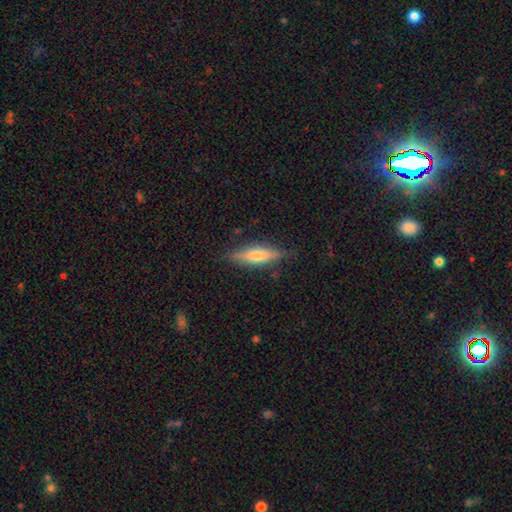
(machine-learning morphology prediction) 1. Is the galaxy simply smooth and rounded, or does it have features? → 49% featured or disk, 44% smooth, 7% star or artifact.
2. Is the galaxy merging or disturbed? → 85% none, 12% minor disturbance, 2% major disturbance, 1% merger.